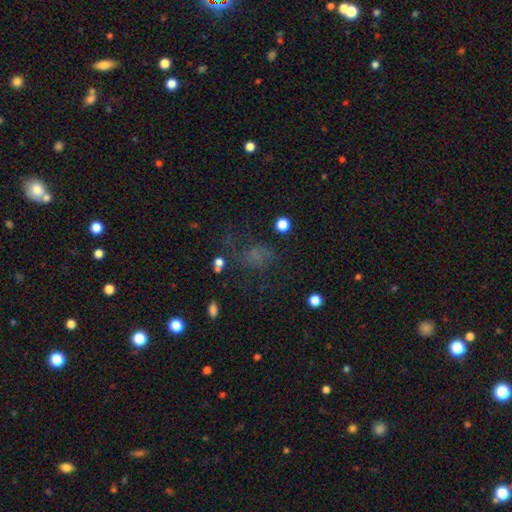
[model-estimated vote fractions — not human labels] Smooth or featured?
  - smooth: 47% *
  - star or artifact: 31%
  - featured or disk: 22%
Merging?
  - none: 47% *
  - major disturbance: 29%
  - minor disturbance: 20%
  - merger: 4%